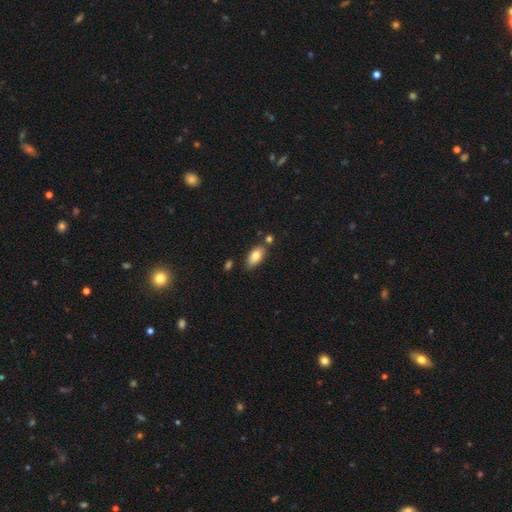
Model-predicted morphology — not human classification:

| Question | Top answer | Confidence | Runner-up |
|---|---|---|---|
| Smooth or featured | smooth | 79% | featured or disk (14%) |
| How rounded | in between | 91% | cigar-shaped (6%) |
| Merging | none | 73% | minor disturbance (15%) |